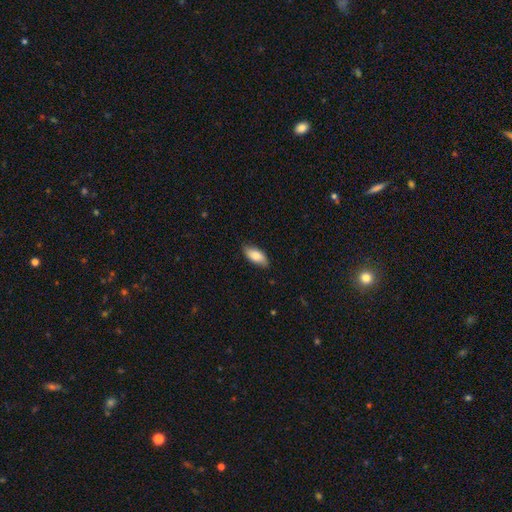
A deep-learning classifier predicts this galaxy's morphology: A smooth galaxy with no disk features (83%) that is in between round and cigar-shaped (88%). Merging: none (83%).